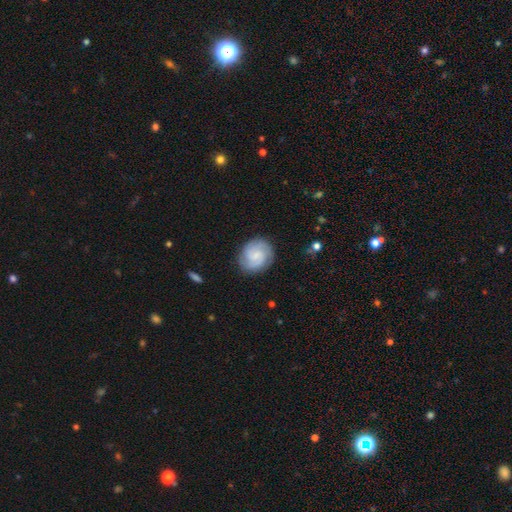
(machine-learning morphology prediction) Overall: featured or disk (65%; smooth 29%). Edge-on disk: no (98%). Bar: no (52%; weak 42%). Spiral arms: yes (95%). Spiral arm count: 2 (50%; 3 22%). Spiral winding: tight (54%; medium 37%). Bulge size: small (54%; none 24%). Merging: none (83%).